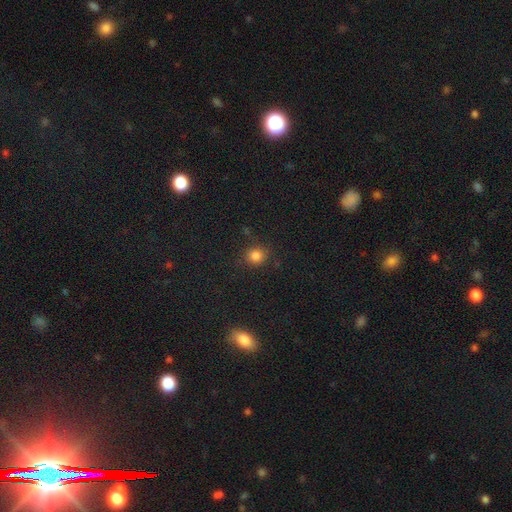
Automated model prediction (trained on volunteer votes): Smooth or featured? Predicted: smooth (p=0.82). How rounded? Predicted: round (p=0.86). Merging? Predicted: none (p=0.82).